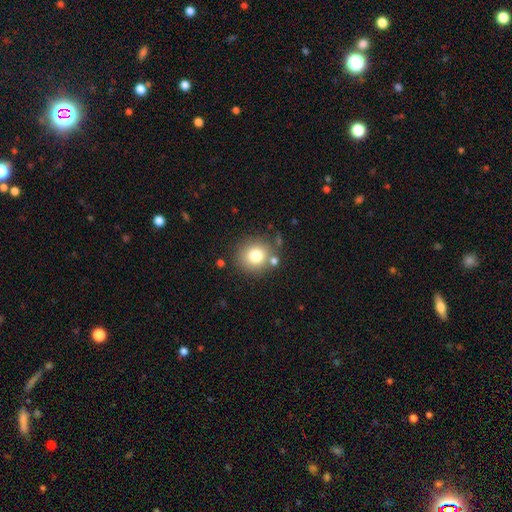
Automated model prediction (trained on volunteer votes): Morphology: type=smooth (78%); roundness=round (87%); merging=none (78%).